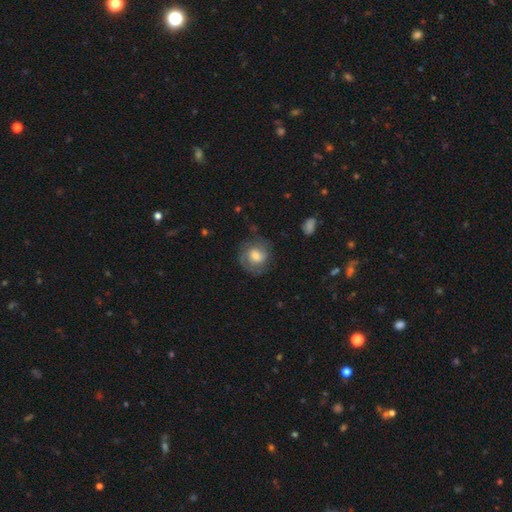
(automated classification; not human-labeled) Overall: featured or disk (54%; smooth 38%). Edge-on disk: no (97%). Bar: no (52%; weak 40%). Spiral arms: yes (83%). Bulge size: moderate (56%; small 22%). Merging: none (69%).